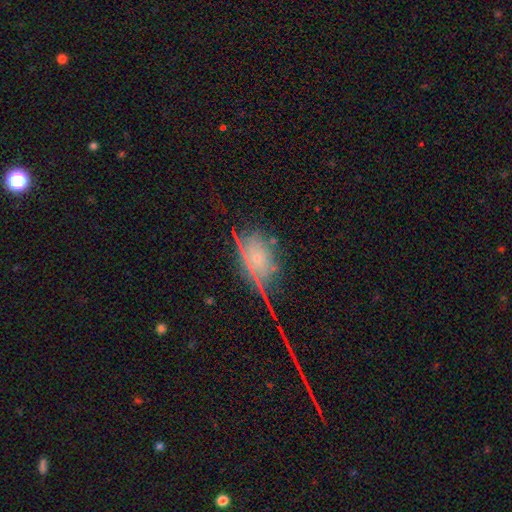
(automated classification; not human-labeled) Overall: featured or disk (43%; star or artifact 31%). Merging: none (62%).